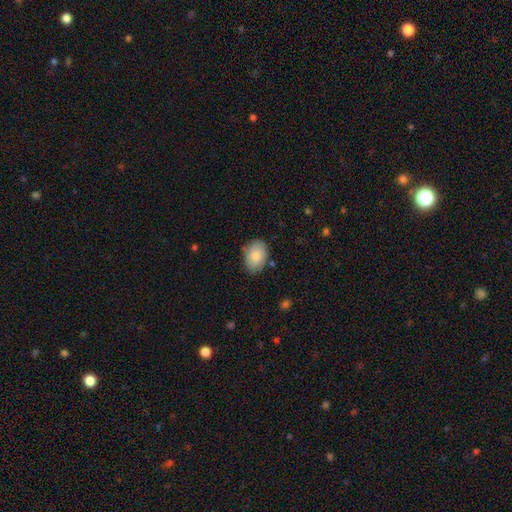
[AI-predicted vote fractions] A smooth galaxy with no disk features (82%) that is in between round and cigar-shaped (79%). Merging: none (78%).